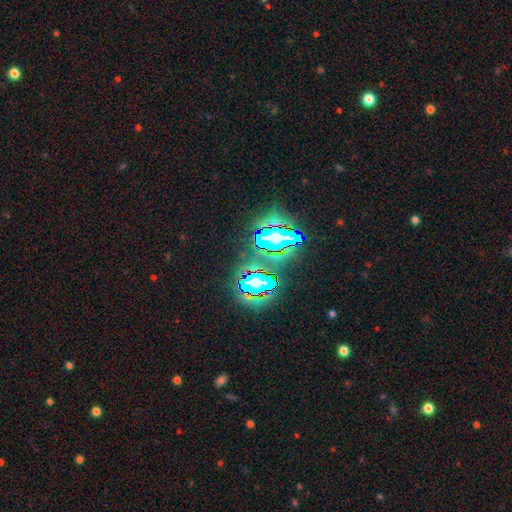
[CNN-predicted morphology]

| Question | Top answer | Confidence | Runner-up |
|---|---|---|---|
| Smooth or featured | star or artifact | 82% | smooth (10%) |